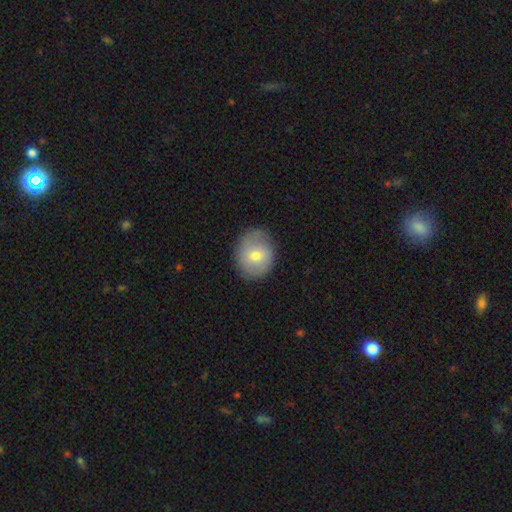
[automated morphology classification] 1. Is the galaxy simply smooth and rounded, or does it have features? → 67% smooth, 25% featured or disk, 8% star or artifact.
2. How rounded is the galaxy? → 65% round, 34% in between, 1% cigar-shaped.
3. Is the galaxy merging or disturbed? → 78% none, 16% minor disturbance, 4% major disturbance, 1% merger.